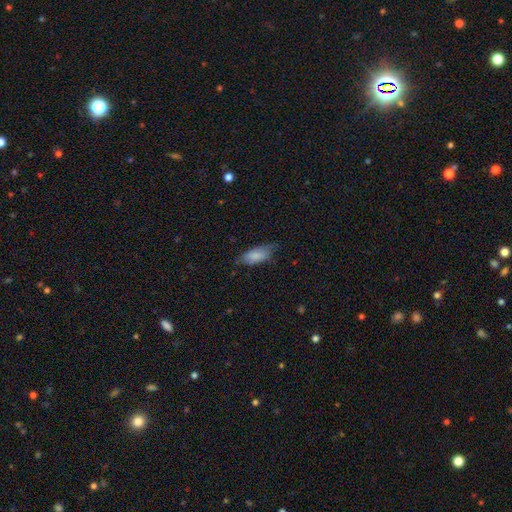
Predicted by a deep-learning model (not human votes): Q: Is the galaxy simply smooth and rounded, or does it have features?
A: smooth — 80%.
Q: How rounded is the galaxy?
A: in between — 82%.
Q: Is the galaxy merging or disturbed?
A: none — 63%.